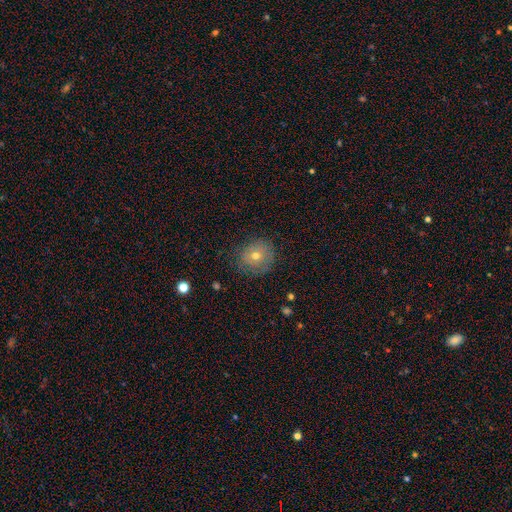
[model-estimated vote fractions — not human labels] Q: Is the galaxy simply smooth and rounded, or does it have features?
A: smooth — 65%.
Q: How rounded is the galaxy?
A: round — 86%.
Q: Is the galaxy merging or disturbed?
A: none — 81%.